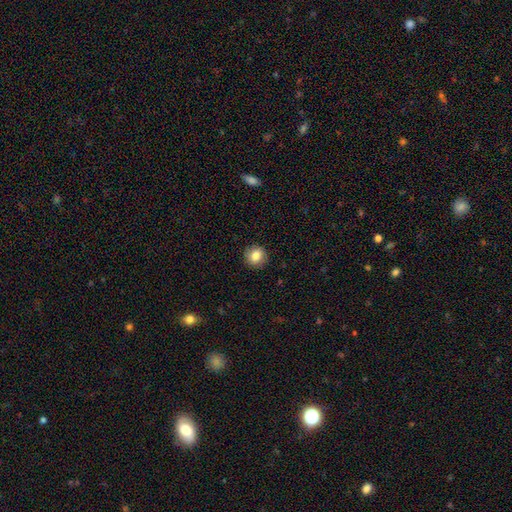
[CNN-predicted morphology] A smooth galaxy with no disk features (83%) that is round (91%). Merging: none (90%).